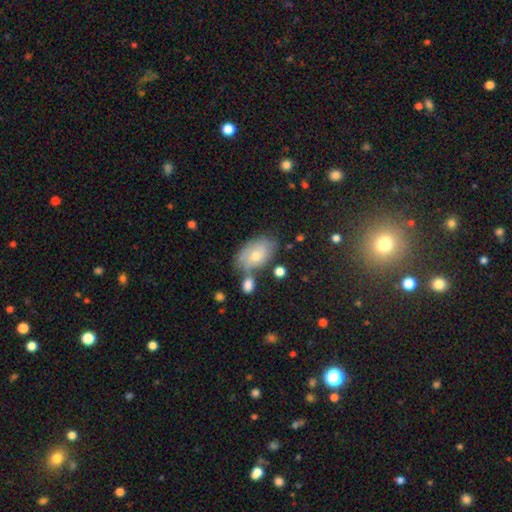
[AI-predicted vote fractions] Smooth or featured: smooth — 60% (featured or disk — 32%)
How rounded: in between — 87% (round — 12%)
Merging: none — 49% (minor disturbance — 23%)